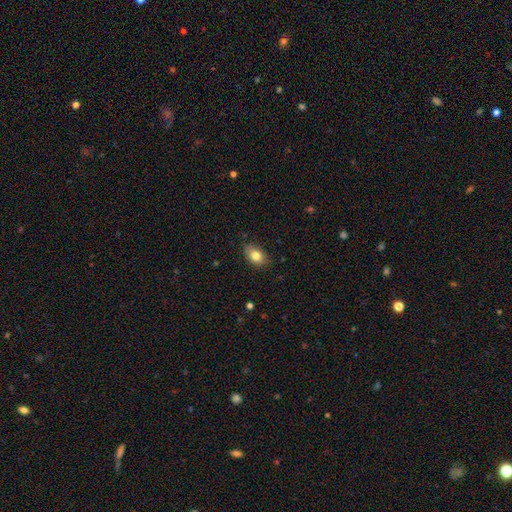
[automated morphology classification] This appears to be a smooth galaxy with no disk features (81%) that is in between round and cigar-shaped (87%). Merging: none (81%).